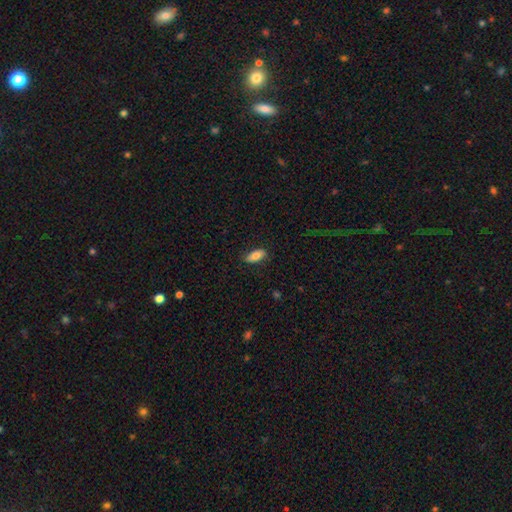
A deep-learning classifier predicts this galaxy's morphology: The model was most divided on "smooth or featured": smooth: 80%, featured or disk: 13%, star or artifact: 6%. More confident: how rounded — in between (85%); merging — none (84%).